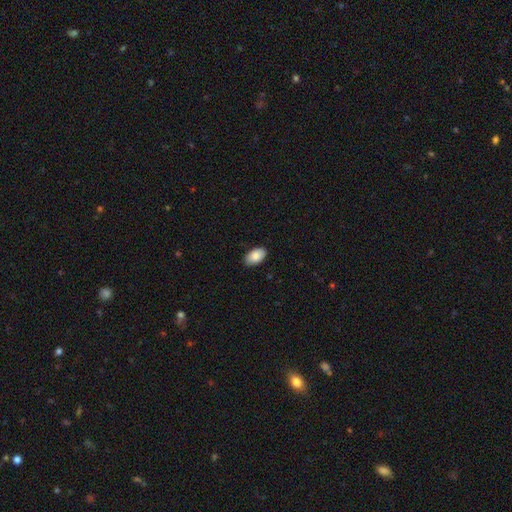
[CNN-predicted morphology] smooth_or_featured: smooth (p=0.86) [alt: featured or disk p=0.07]
how_rounded: in between (p=0.94) [alt: round p=0.05]
merging: none (p=0.87) [alt: minor disturbance p=0.10]